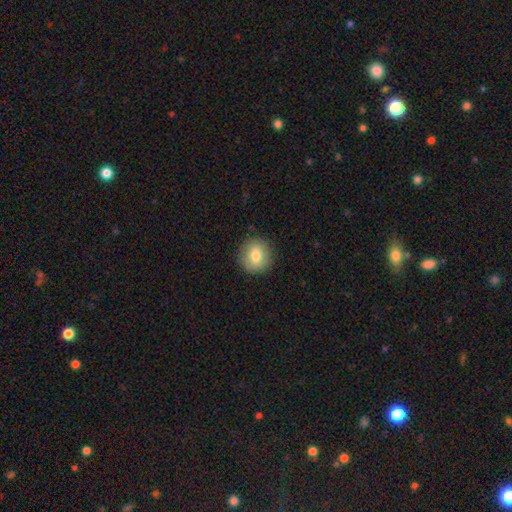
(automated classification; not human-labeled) Smooth or featured? smooth (76%)
How rounded? round (86%)
Merging? none (87%)